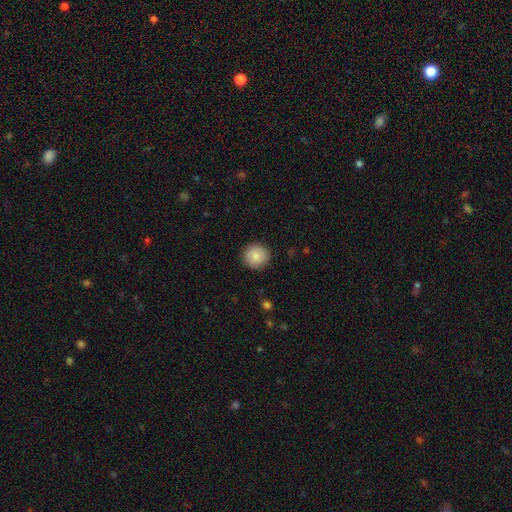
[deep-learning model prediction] Smooth or featured? smooth (86%)
How rounded? round (92%)
Merging? none (90%)